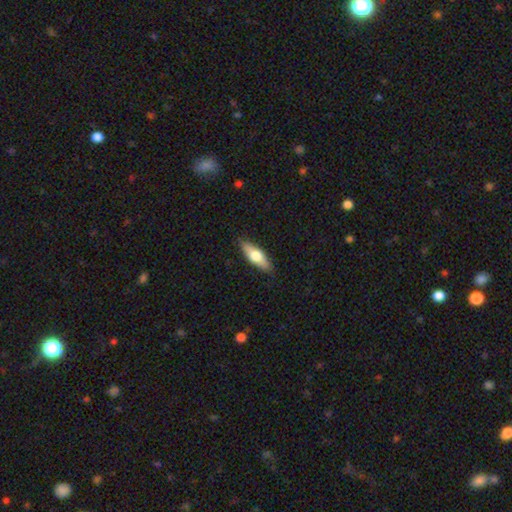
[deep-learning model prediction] smooth-or-featured: smooth: 59% | featured or disk: 36% | star or artifact: 6%
  how-rounded: in between: 53% | cigar-shaped: 45% | round: 3%
  merging: none: 88% | minor disturbance: 9% | major disturbance: 2% | merger: 1%